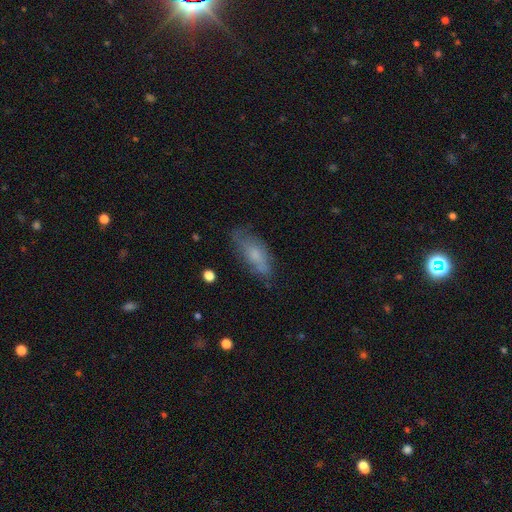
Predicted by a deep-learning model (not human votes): Overall: smooth (62%; featured or disk 30%). How rounded: in between (73%). Merging: none (64%; minor disturbance 25%).